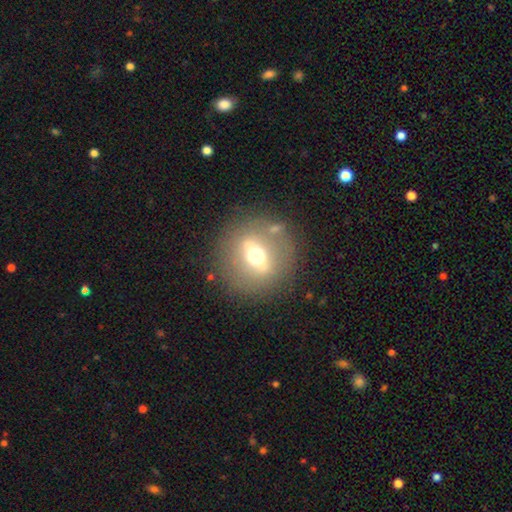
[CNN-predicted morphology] Q: Smooth or featured?
A: featured or disk (58%); runner-up: smooth (33%)
Q: Edge-on disk?
A: no (64%); runner-up: yes (36%)
Q: Merging?
A: none (82%); runner-up: minor disturbance (10%)